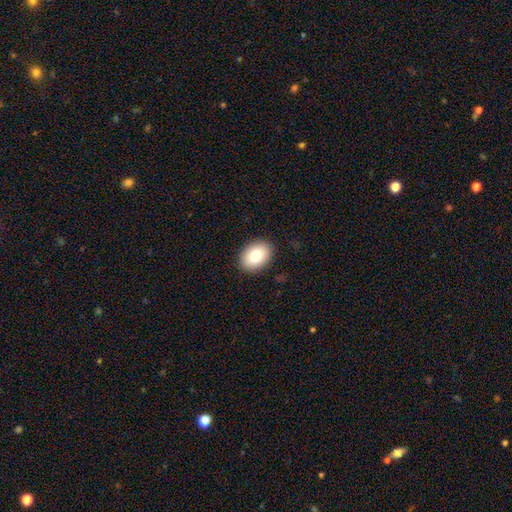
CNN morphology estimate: Smooth or featured?
  - smooth: 81% *
  - featured or disk: 11%
  - star or artifact: 8%
How rounded?
  - in between: 72% *
  - round: 27%
  - cigar-shaped: 1%
Merging?
  - none: 89% *
  - minor disturbance: 8%
  - major disturbance: 2%
  - merger: 1%